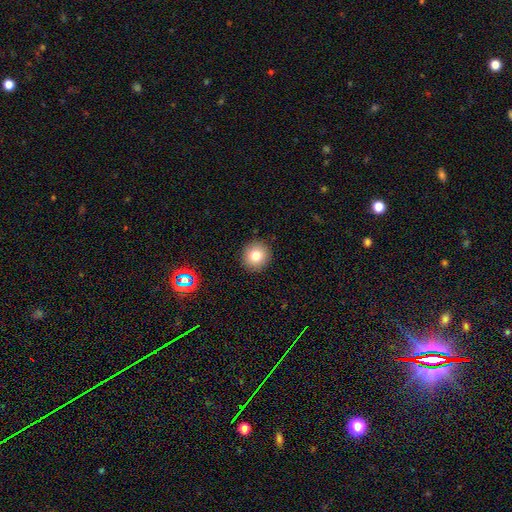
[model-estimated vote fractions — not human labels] Q: Smooth or featured?
A: smooth (78%); runner-up: star or artifact (12%)
Q: How rounded?
A: round (91%); runner-up: in between (8%)
Q: Merging?
A: none (91%); runner-up: minor disturbance (6%)